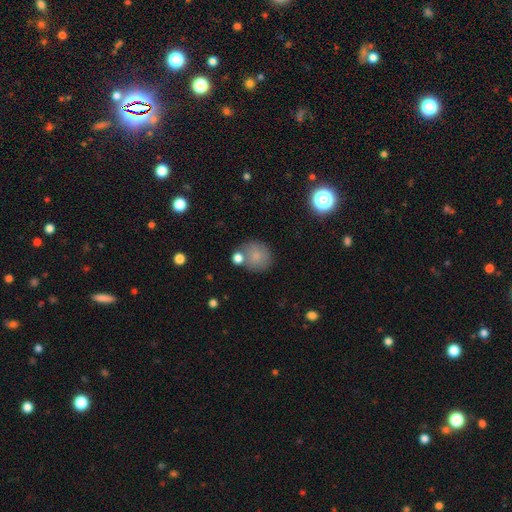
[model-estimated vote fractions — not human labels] smooth_or_featured: smooth (p=0.81) [alt: star or artifact p=0.10]
how_rounded: round (p=0.82) [alt: in between p=0.16]
merging: none (p=0.64) [alt: merger p=0.17]